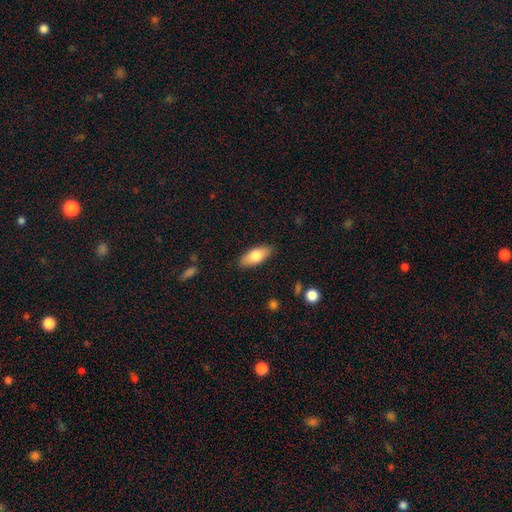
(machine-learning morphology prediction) Smooth or featured: smooth — 76% (featured or disk — 18%)
How rounded: in between — 84% (cigar-shaped — 13%)
Merging: none — 88% (minor disturbance — 9%)